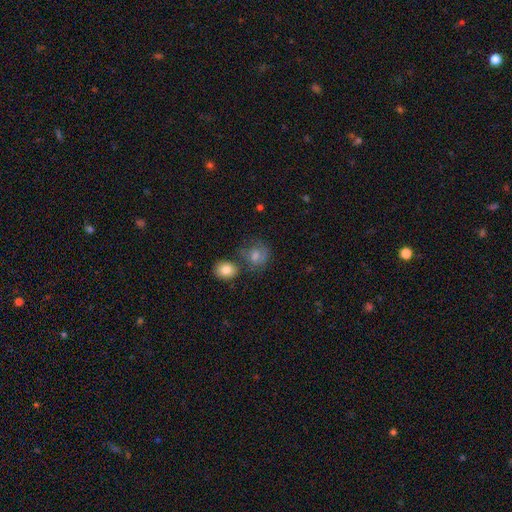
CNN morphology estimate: Q: Smooth or featured?
A: smooth (59%); runner-up: featured or disk (27%)
Q: How rounded?
A: round (72%); runner-up: in between (27%)
Q: Merging?
A: none (54%); runner-up: minor disturbance (19%)